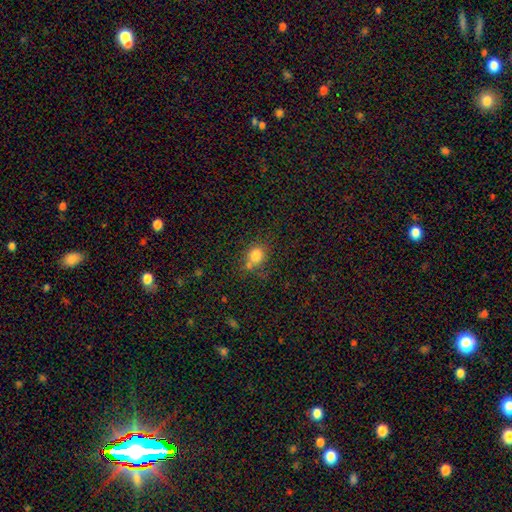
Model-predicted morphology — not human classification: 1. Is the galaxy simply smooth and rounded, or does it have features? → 80% smooth, 12% star or artifact, 8% featured or disk.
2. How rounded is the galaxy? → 54% round, 45% in between, 1% cigar-shaped.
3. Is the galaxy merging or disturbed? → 56% none, 19% merger, 19% minor disturbance, 7% major disturbance.